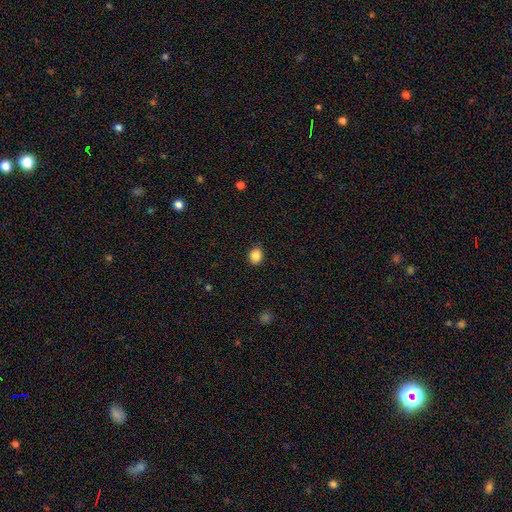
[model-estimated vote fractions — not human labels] This appears to be a smooth galaxy with no disk features (86%) that is round (59%). Merging: none (90%).